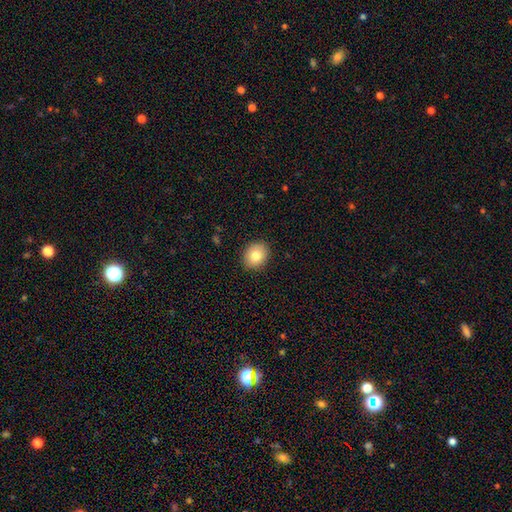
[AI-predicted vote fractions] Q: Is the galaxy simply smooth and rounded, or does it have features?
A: smooth — 81%.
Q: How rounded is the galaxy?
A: round — 57%.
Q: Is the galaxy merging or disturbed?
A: none — 90%.